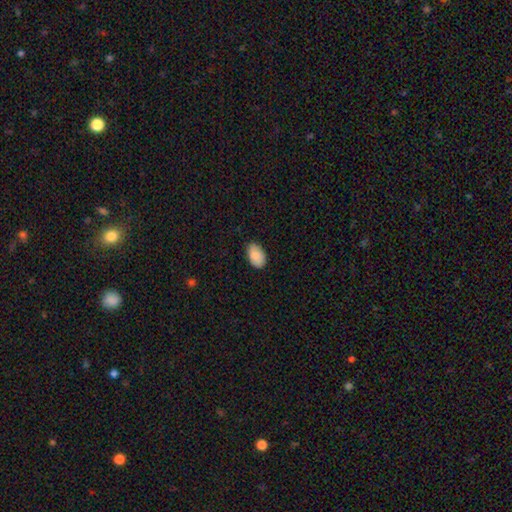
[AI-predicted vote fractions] smooth-or-featured: smooth: 85% | featured or disk: 9% | star or artifact: 7%
  how-rounded: in between: 91% | round: 8% | cigar-shaped: 1%
  merging: none: 83% | minor disturbance: 14% | major disturbance: 2% | merger: 1%